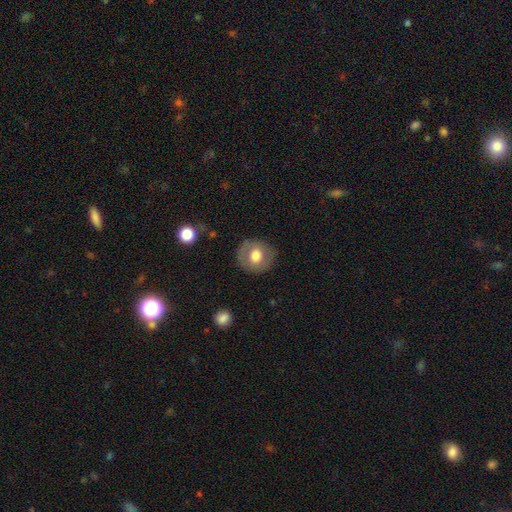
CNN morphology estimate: type=smooth (65%); roundness=round (86%); merging=none (83%).